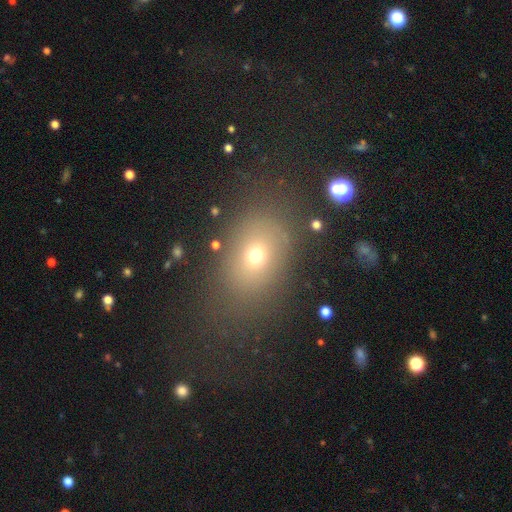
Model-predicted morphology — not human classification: Smooth or featured: smooth — 65% (star or artifact — 19%)
How rounded: in between — 64% (round — 35%)
Merging: none — 72% (minor disturbance — 14%)